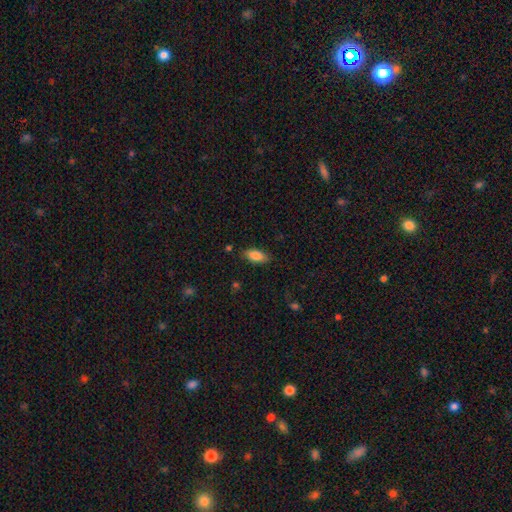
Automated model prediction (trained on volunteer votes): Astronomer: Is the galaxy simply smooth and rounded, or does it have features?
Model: smooth — 83%.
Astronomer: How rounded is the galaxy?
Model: in between — 88%.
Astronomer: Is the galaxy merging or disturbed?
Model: none — 84%.